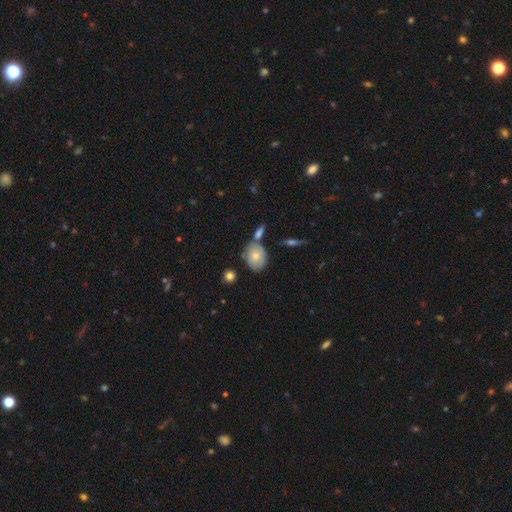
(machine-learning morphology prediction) Q: Smooth or featured?
A: smooth (70%); runner-up: featured or disk (22%)
Q: How rounded?
A: in between (69%); runner-up: round (29%)
Q: Merging?
A: none (66%); runner-up: minor disturbance (16%)